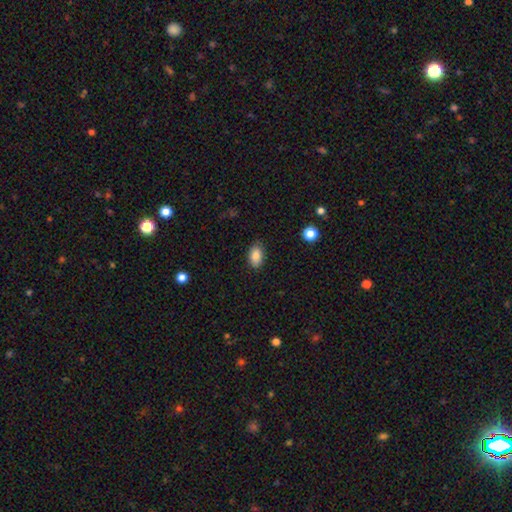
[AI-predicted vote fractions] Morphology: type=smooth (85%); roundness=in between (90%); merging=none (84%).